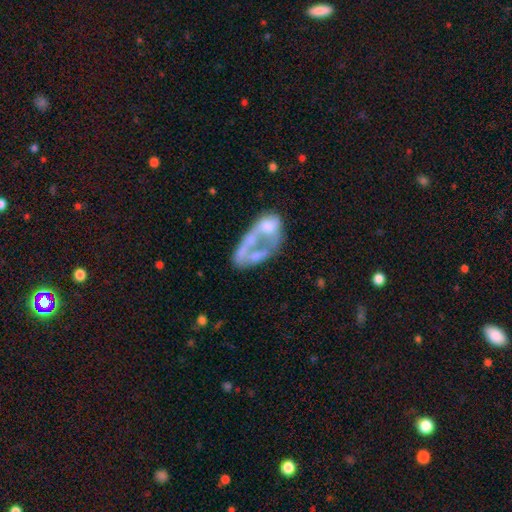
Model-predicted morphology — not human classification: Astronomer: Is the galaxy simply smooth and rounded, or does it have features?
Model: featured or disk — 55% (runner-up: smooth, 36%).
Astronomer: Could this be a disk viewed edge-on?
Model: no — 96%.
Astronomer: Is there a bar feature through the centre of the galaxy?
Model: no — 89%.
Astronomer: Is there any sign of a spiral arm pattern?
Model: no — 90%.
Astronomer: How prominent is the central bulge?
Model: none — 58%.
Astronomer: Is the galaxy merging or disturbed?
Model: merger — 39% (runner-up: major disturbance, 34%).